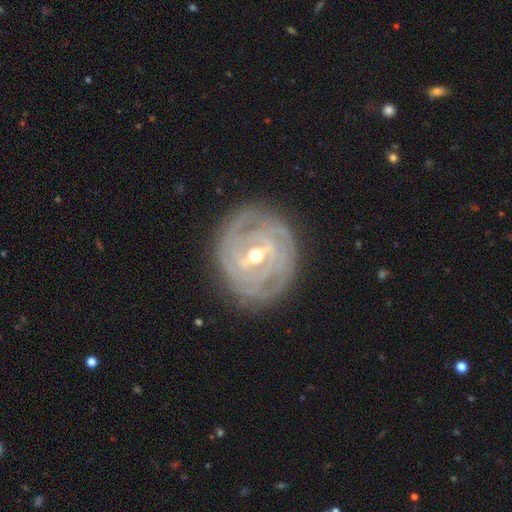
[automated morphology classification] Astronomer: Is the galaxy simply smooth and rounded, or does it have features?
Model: featured or disk — 88%.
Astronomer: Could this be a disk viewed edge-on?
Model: no — 95%.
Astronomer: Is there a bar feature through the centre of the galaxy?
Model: strong — 45% (runner-up: weak, 41%).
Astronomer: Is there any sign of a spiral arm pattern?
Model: yes — 95%.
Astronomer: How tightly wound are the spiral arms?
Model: tight — 84%.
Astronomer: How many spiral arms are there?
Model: can't tell — 31% (runner-up: 3, 20%).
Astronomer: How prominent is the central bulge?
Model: moderate — 60% (runner-up: small, 36%).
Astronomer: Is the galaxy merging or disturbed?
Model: none — 83%.